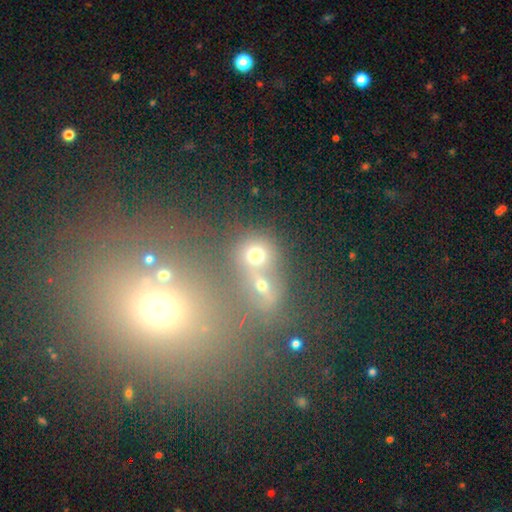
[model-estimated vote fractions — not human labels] Q: Smooth or featured?
A: smooth (61%); runner-up: star or artifact (25%)
Q: How rounded?
A: round (78%); runner-up: in between (20%)
Q: Merging?
A: none (46%); runner-up: merger (41%)